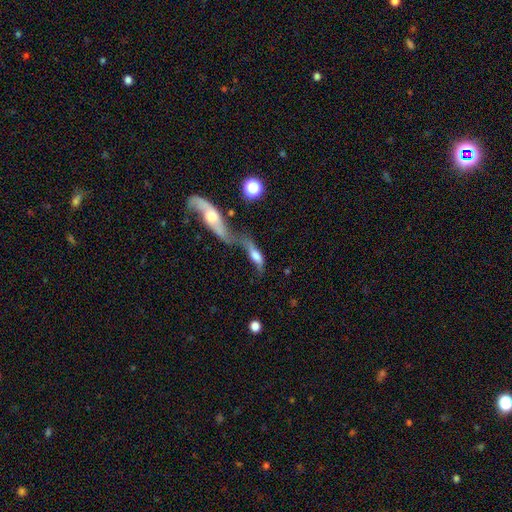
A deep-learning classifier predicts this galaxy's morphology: smooth_or_featured: smooth (p=0.49) [alt: featured or disk p=0.41]
merging: merger (p=0.72) [alt: major disturbance p=0.11]